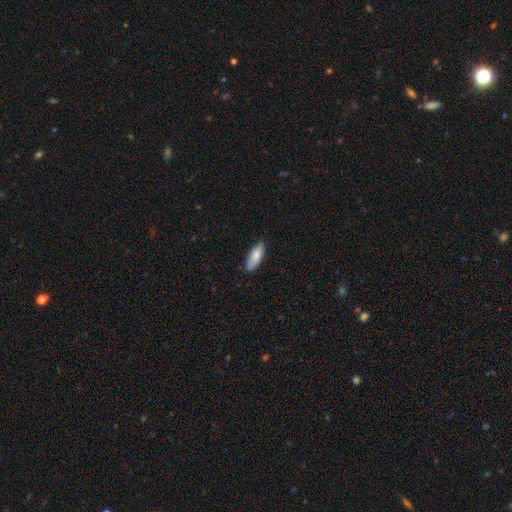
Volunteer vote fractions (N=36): A smooth galaxy with no disk features (81%) that is in between round and cigar-shaped (72%). Merging: none (89%).